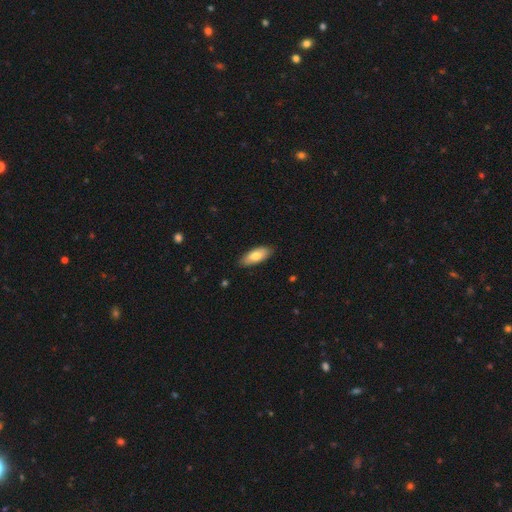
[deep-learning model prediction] Smooth or featured: smooth — 77% (featured or disk — 18%)
How rounded: in between — 81% (cigar-shaped — 17%)
Merging: none — 87% (minor disturbance — 11%)